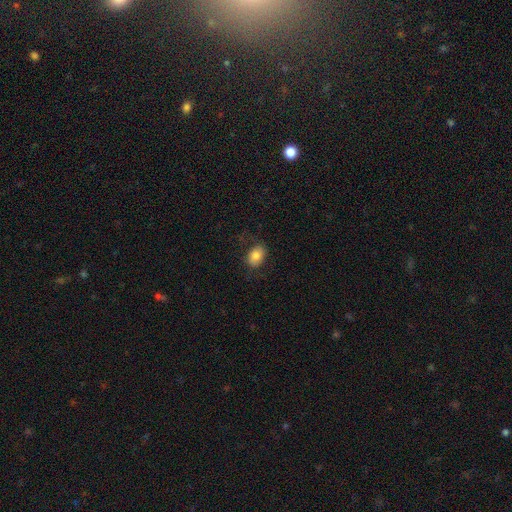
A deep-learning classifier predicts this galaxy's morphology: This is clearly a smooth galaxy (81%). How rounded: likely in between (80%). Merging: likely none (78%).